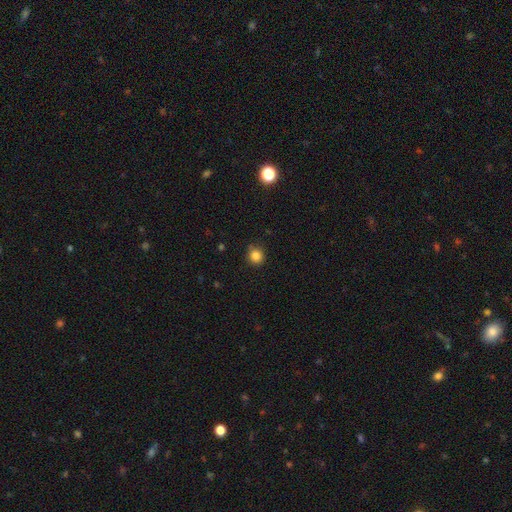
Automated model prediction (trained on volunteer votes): This is clearly a smooth galaxy (83%). How rounded: clearly round (91%). Merging: clearly none (85%).